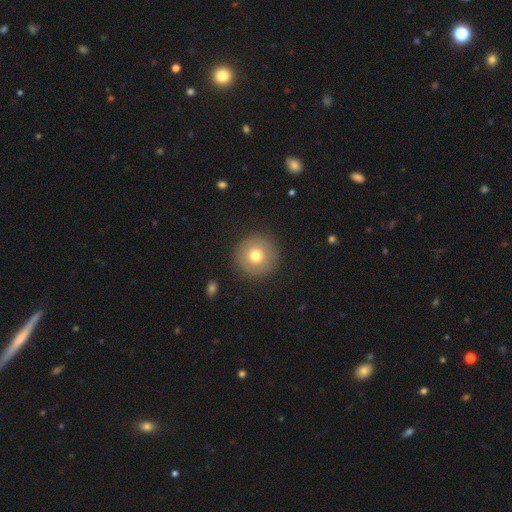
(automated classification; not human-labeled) smooth 72%, featured or disk 19%, star or artifact 10%. Down the decision tree: how rounded — round (96%); merging — none (90%).